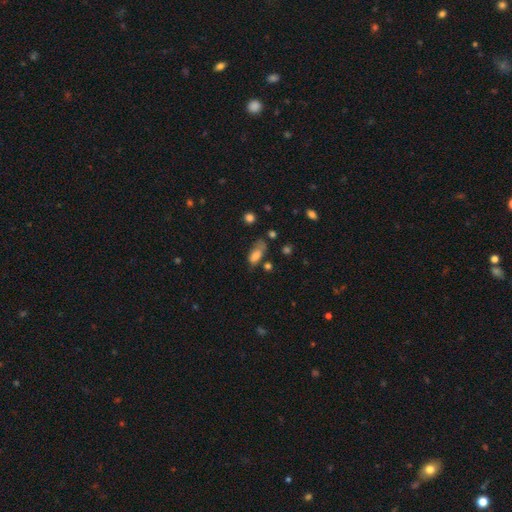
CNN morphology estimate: Smooth or featured: smooth — 73% (featured or disk — 17%)
How rounded: in between — 86% (cigar-shaped — 10%)
Merging: none — 36% (minor disturbance — 33%)